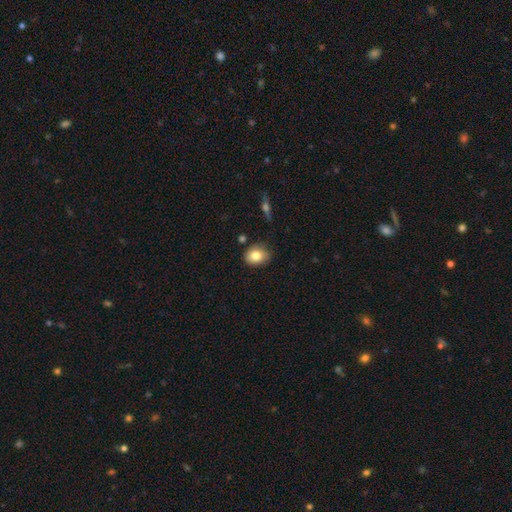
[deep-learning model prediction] A smooth galaxy with no disk features (82%) that is in between round and cigar-shaped (52%). Merging: none (75%).